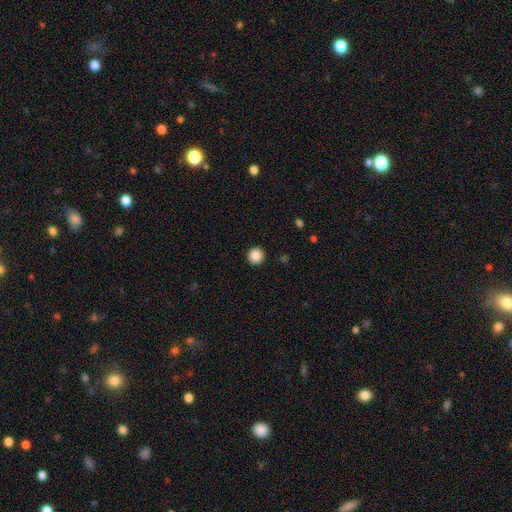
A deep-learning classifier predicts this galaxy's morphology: smooth 87%, star or artifact 9%, featured or disk 3%. Down the decision tree: how rounded — round (95%); merging — none (93%).